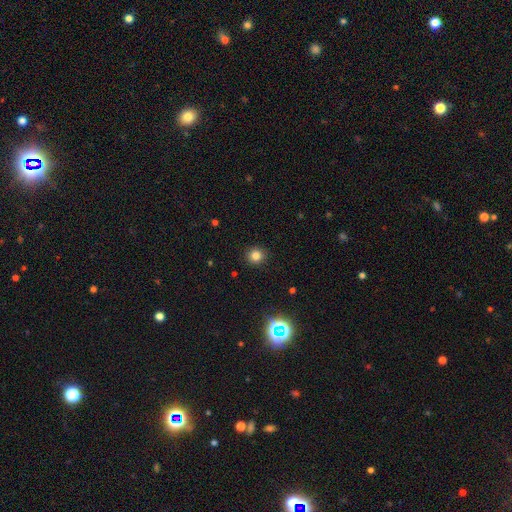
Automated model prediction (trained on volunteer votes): Smooth or featured? smooth (79%)
How rounded? round (91%)
Merging? none (91%)